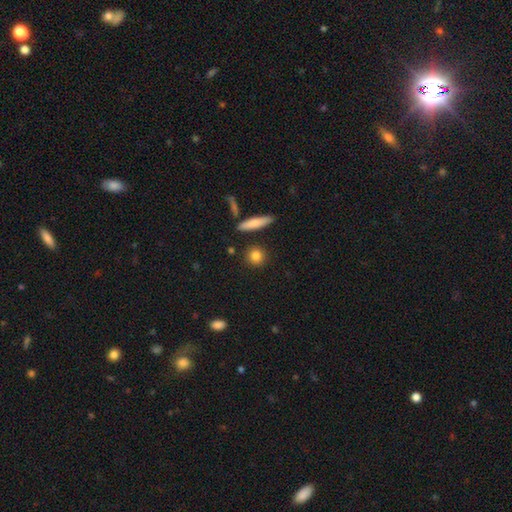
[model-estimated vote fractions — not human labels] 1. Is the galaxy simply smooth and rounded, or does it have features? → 83% smooth, 8% featured or disk, 8% star or artifact.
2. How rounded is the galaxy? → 78% round, 16% in between, 6% cigar-shaped.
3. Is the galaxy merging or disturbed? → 86% none, 8% minor disturbance, 4% merger, 2% major disturbance.